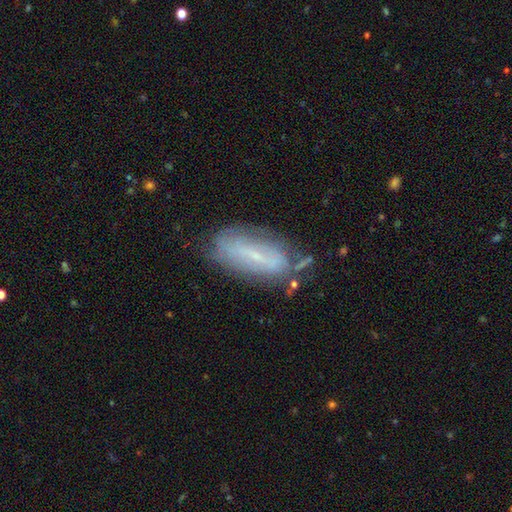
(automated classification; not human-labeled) A featured or disk galaxy (56%). Merging: none (60%).